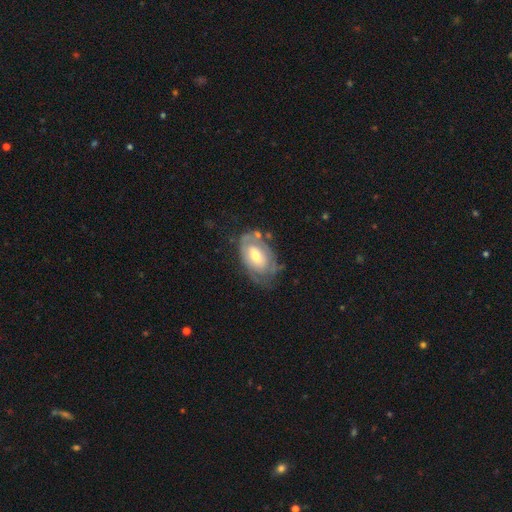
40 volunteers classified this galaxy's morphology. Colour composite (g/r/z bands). It shows a featured or disk galaxy (65%) with no bar (57%), tight (59%) spiral arms (74%) and a moderate central bulge (83%). Merging: none (43%).